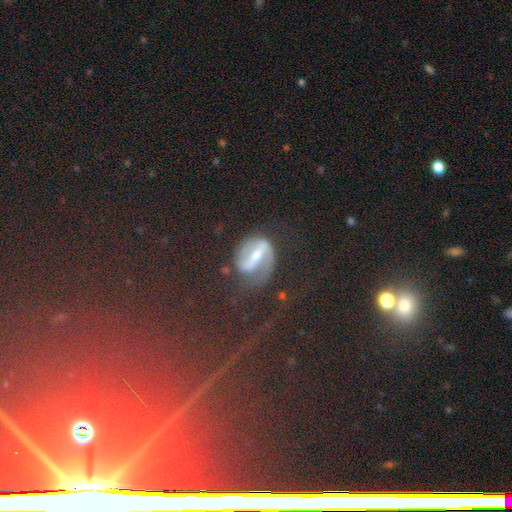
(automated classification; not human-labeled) The model was most divided on "bulge size": moderate: 51%, small: 34%, large: 8%, none: 5%, dominant: 2%. More confident: edge-on disk — no (91%); spiral arms — yes (81%); merging — none (67%); smooth or featured — featured or disk (66%); bar — strong (63%).